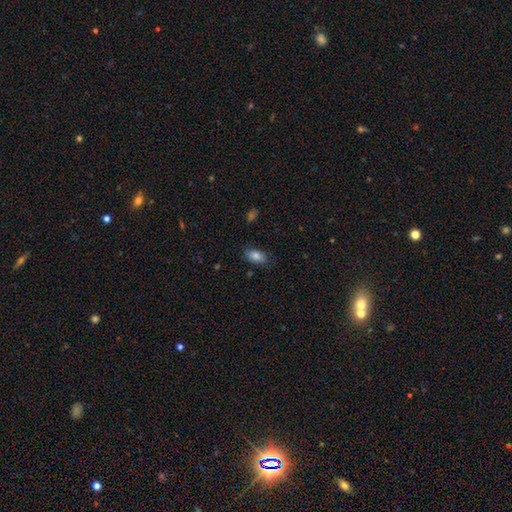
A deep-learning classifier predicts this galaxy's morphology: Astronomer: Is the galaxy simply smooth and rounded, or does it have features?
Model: smooth — 83%.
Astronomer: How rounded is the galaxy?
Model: in between — 92%.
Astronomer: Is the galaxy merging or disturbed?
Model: none — 81%.